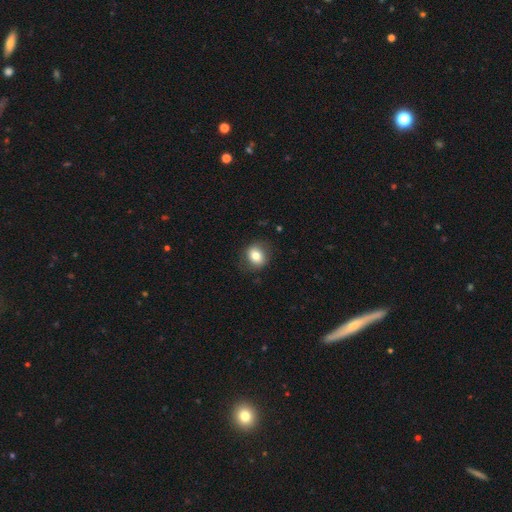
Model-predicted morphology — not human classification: A smooth galaxy with no disk features (78%) that is round (61%). Merging: none (81%).